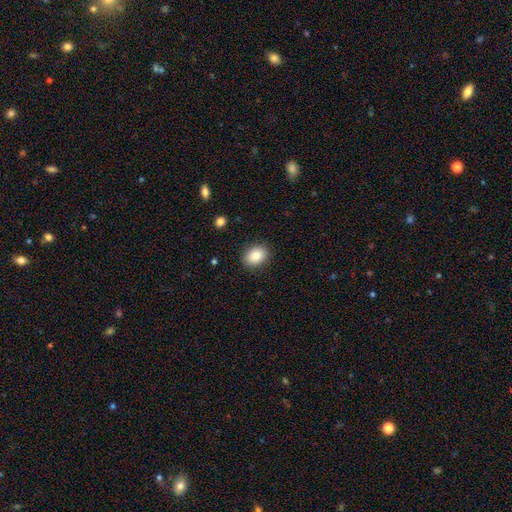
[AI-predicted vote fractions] A smooth galaxy with no disk features (85%) that is in between round and cigar-shaped (57%). Merging: none (88%).